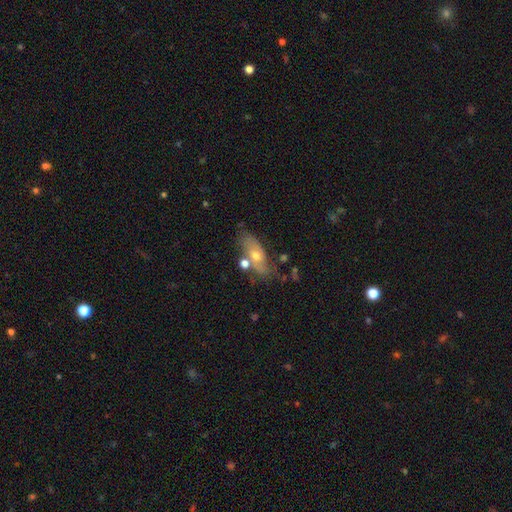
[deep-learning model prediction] Smooth or featured? Predicted: featured or disk (p=0.46). Merging? Predicted: none (p=0.57).